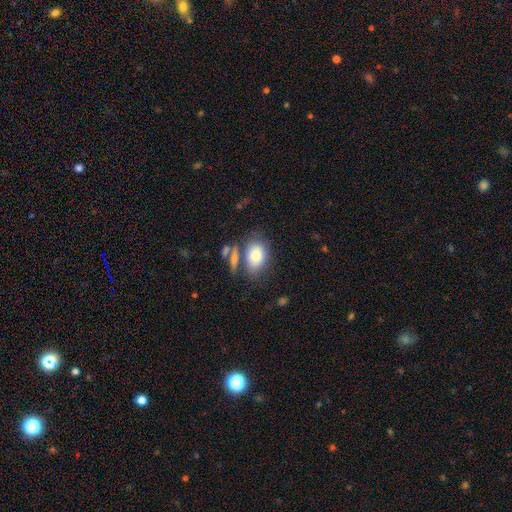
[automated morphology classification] Overall: smooth (81%). How rounded: in between (85%). Merging: none (56%; merger 18%).